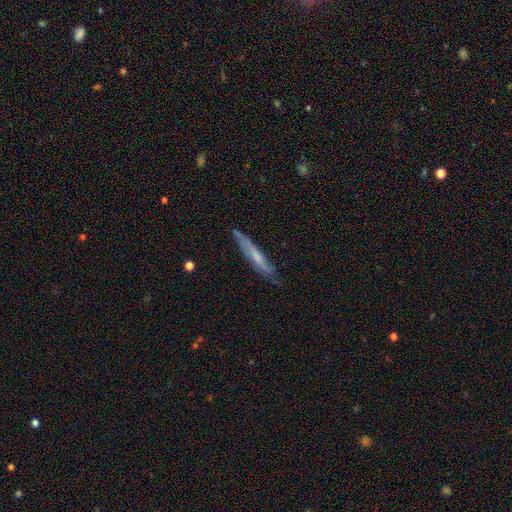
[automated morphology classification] smooth 47%, featured or disk 46%, star or artifact 6%. Down the decision tree: merging — none (76%).